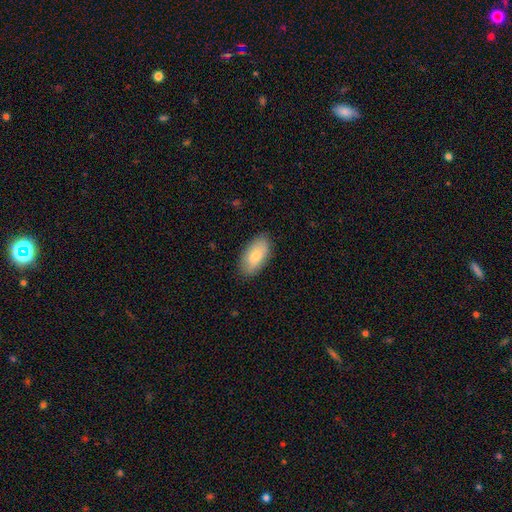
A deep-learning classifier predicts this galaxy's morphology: A smooth galaxy with no disk features (79%) that is in between round and cigar-shaped (93%).

Vote fractions:
- Smooth or featured? smooth: 79% / featured or disk: 15% / star or artifact: 6%
- How rounded? in between: 93% / cigar-shaped: 4% / round: 3%
- Merging? none: 86% / minor disturbance: 11% / major disturbance: 2% / merger: 1%